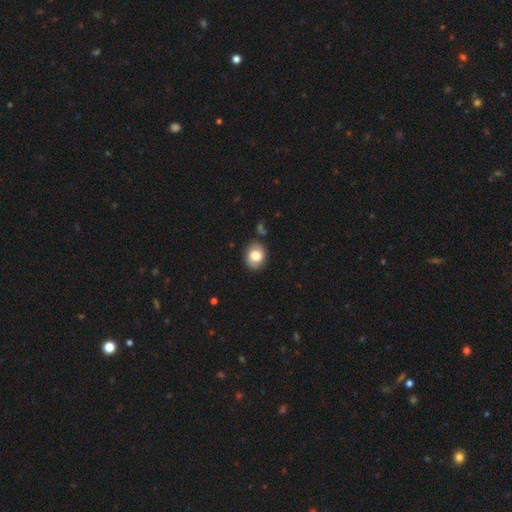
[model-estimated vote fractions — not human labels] smooth_or_featured: smooth (p=0.76) [alt: featured or disk p=0.16]
how_rounded: in between (p=0.51) [alt: round p=0.48]
merging: none (p=0.83) [alt: minor disturbance p=0.12]